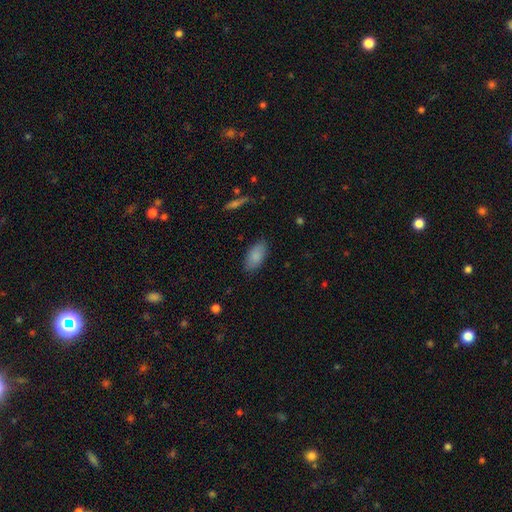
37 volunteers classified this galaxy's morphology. A smooth galaxy with no disk features (84%) that is in between round and cigar-shaped (84%). Merging: none (94%).